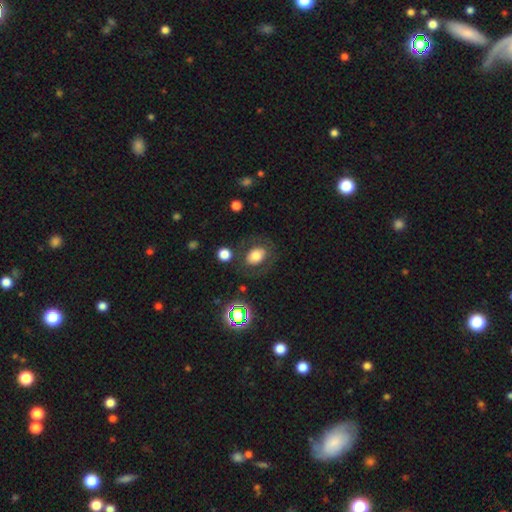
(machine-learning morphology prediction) Q: Smooth or featured?
A: smooth (68%); runner-up: featured or disk (20%)
Q: How rounded?
A: in between (69%); runner-up: round (30%)
Q: Merging?
A: none (75%); runner-up: minor disturbance (13%)